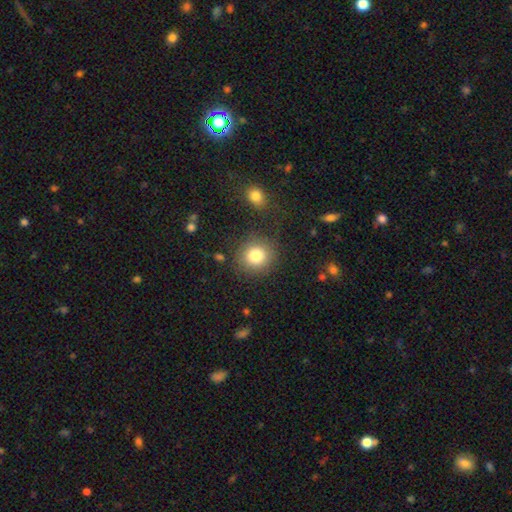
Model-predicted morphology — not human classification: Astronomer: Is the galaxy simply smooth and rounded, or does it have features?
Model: smooth — 81%.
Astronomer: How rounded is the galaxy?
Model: round — 88%.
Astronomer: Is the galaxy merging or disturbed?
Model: none — 83%.